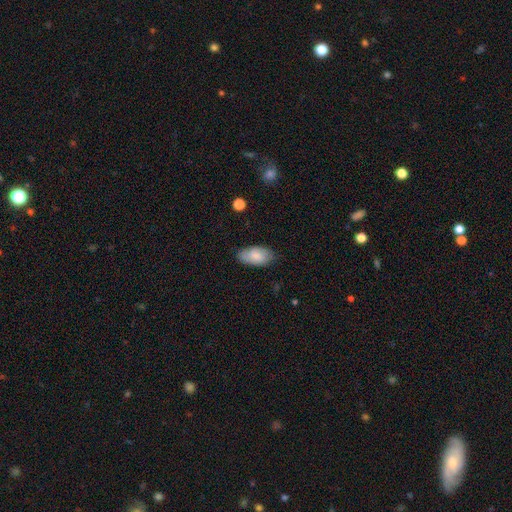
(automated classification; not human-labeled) A smooth galaxy with no disk features (80%) that is in between round and cigar-shaped (95%).

Vote fractions:
- Smooth or featured? smooth: 80% / featured or disk: 14% / star or artifact: 6%
- How rounded? in between: 95% / round: 3% / cigar-shaped: 3%
- Merging? none: 77% / minor disturbance: 19% / major disturbance: 3% / merger: 1%